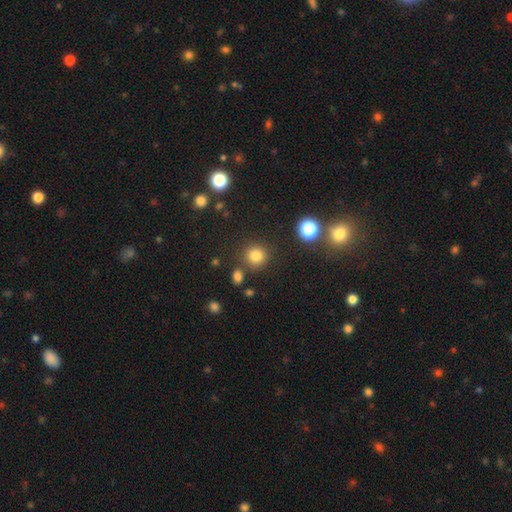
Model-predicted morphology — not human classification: Smooth or featured: smooth — 80% (star or artifact — 14%)
How rounded: round — 92% (in between — 7%)
Merging: none — 83% (minor disturbance — 8%)